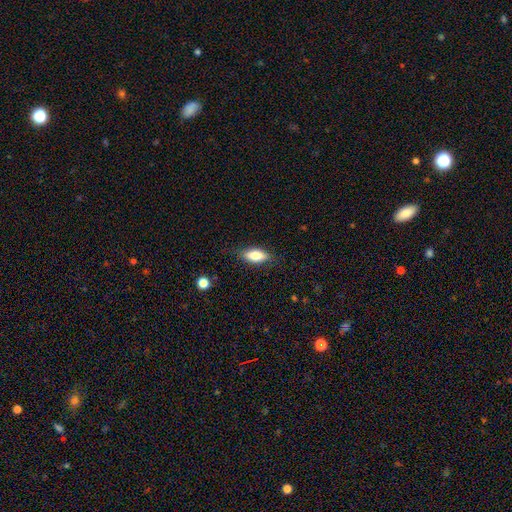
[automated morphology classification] Smooth or featured? smooth (77%)
How rounded? in between (82%)
Merging? none (82%)